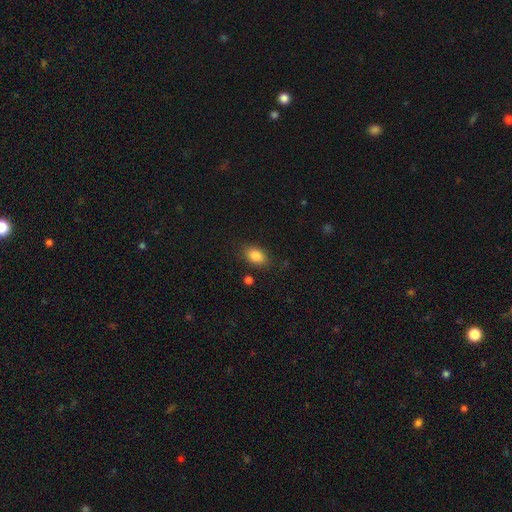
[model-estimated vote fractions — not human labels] smooth-or-featured: smooth: 84% | star or artifact: 9% | featured or disk: 7%
  how-rounded: in between: 85% | round: 13% | cigar-shaped: 2%
  merging: none: 83% | minor disturbance: 12% | major disturbance: 3% | merger: 2%